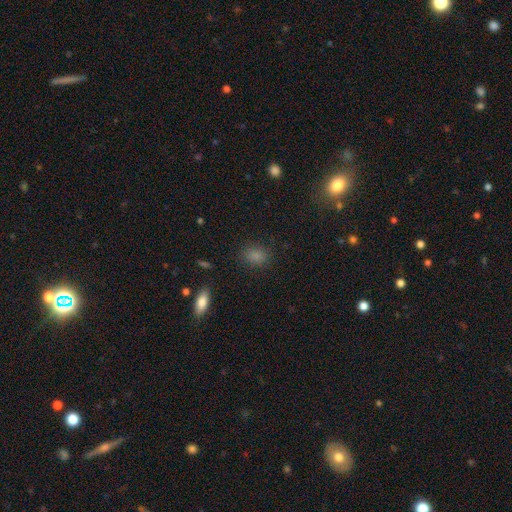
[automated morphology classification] smooth-or-featured: smooth: 83% | star or artifact: 13% | featured or disk: 4%
  how-rounded: in between: 65% | round: 33% | cigar-shaped: 2%
  merging: none: 84% | minor disturbance: 11% | major disturbance: 4% | merger: 2%